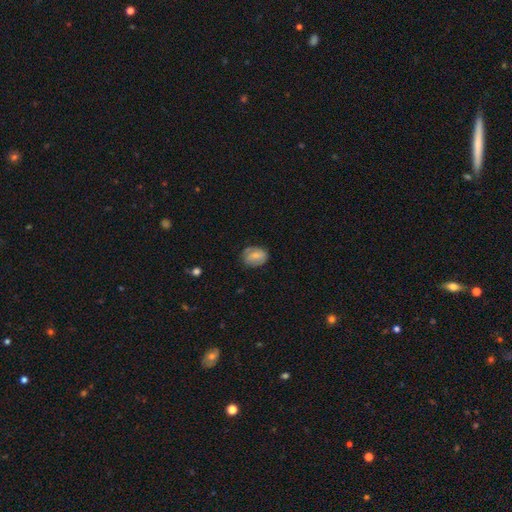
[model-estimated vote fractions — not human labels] The model was most divided on "how rounded": in between: 61%, round: 37%, cigar-shaped: 1%. More confident: merging — none (68%); smooth or featured — smooth (65%).